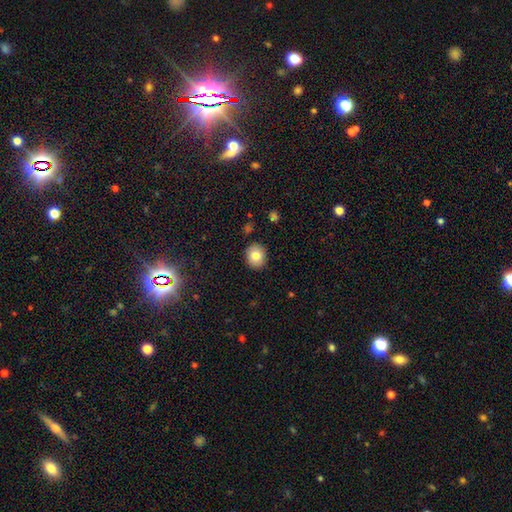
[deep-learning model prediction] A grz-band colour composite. It shows a smooth galaxy with no disk features (80%) that is round (73%). Merging: none (90%).